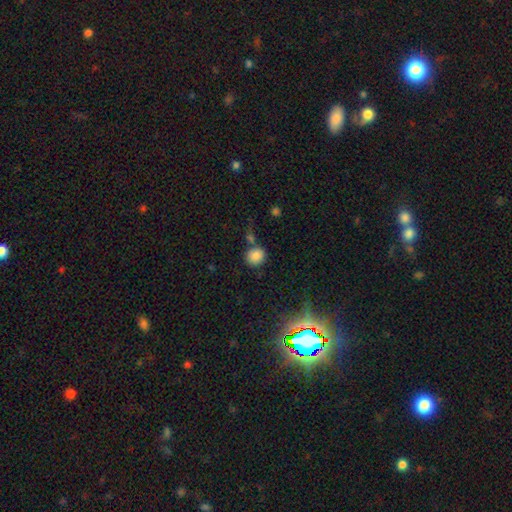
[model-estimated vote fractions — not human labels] Overall: smooth (85%). How rounded: round (80%). Merging: none (70%).